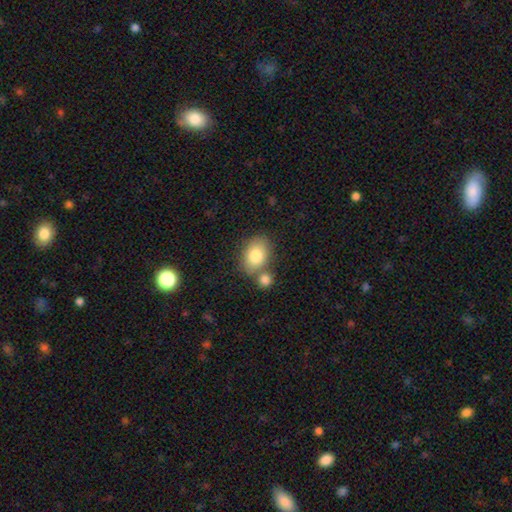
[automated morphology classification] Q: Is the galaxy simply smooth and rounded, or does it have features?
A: smooth — 81%.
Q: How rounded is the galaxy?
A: in between — 77%.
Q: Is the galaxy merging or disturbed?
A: none — 57%.